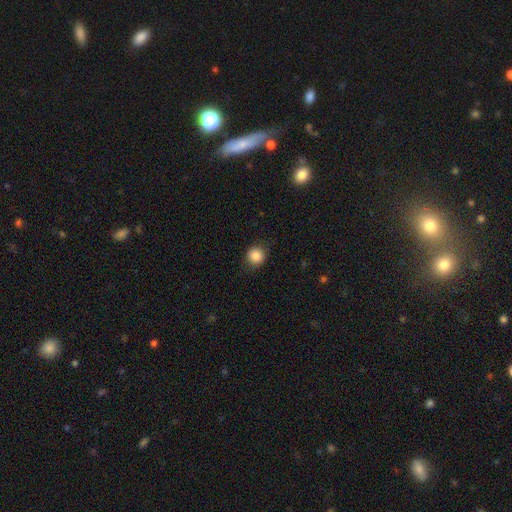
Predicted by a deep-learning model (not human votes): Smooth or featured? Predicted: smooth (p=0.86). How rounded? Predicted: round (p=0.90). Merging? Predicted: none (p=0.86).